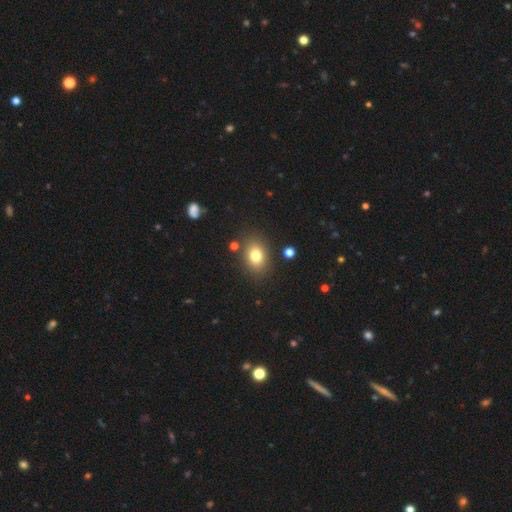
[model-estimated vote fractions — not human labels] Morphology: type=smooth (77%); roundness=in between (69%); merging=none (84%).